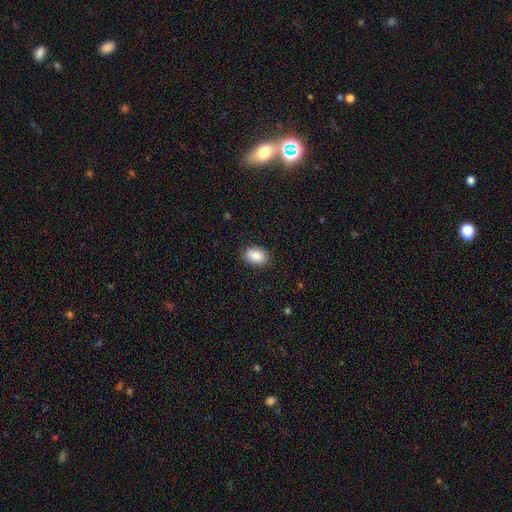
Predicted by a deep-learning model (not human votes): This is clearly a smooth galaxy (89%). How rounded: clearly in between (89%). Merging: clearly none (87%).